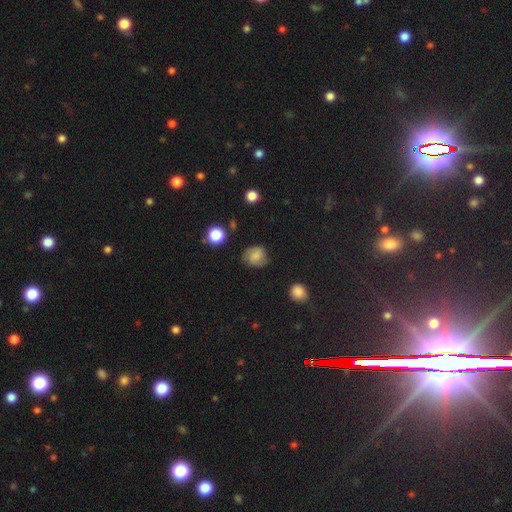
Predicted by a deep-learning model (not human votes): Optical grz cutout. It shows a smooth galaxy with no disk features (58%) that is round (72%). Merging: none (73%).